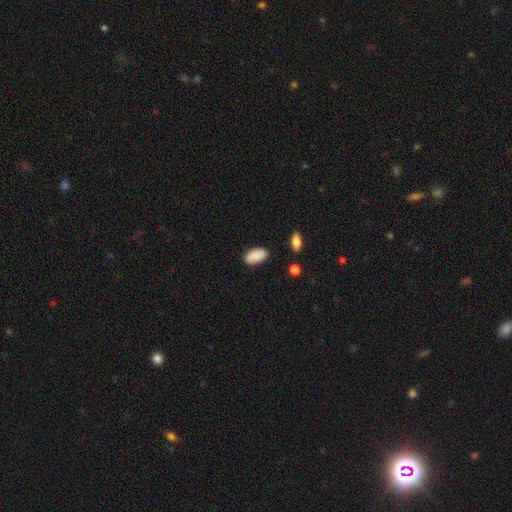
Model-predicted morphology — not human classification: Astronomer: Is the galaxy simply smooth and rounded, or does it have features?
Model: smooth — 87%.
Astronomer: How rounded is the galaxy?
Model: in between — 94%.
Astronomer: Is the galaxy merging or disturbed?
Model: none — 82%.